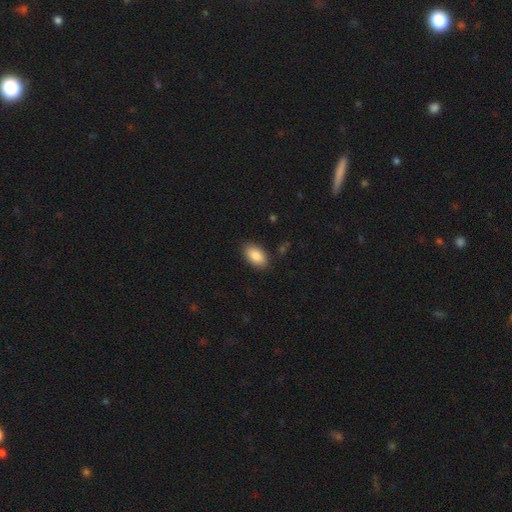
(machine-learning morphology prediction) A smooth galaxy with no disk features (87%) that is in between round and cigar-shaped (94%).

Vote fractions:
- Smooth or featured? smooth: 87% / star or artifact: 7% / featured or disk: 6%
- How rounded? in between: 94% / round: 4% / cigar-shaped: 2%
- Merging? none: 87% / minor disturbance: 10% / major disturbance: 2% / merger: 1%